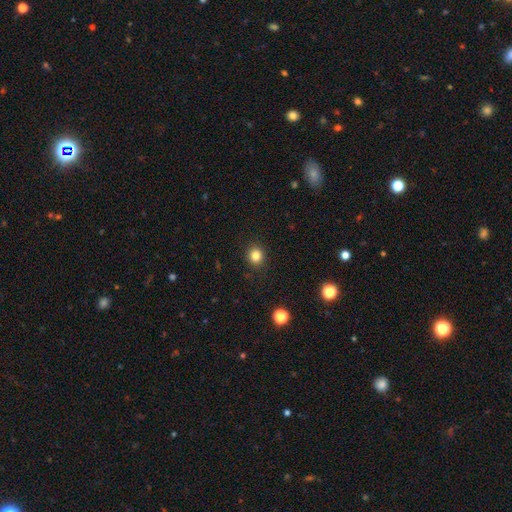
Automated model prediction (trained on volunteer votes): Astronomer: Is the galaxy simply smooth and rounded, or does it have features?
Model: smooth — 83%.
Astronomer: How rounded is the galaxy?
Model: round — 85%.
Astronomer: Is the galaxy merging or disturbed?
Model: none — 91%.